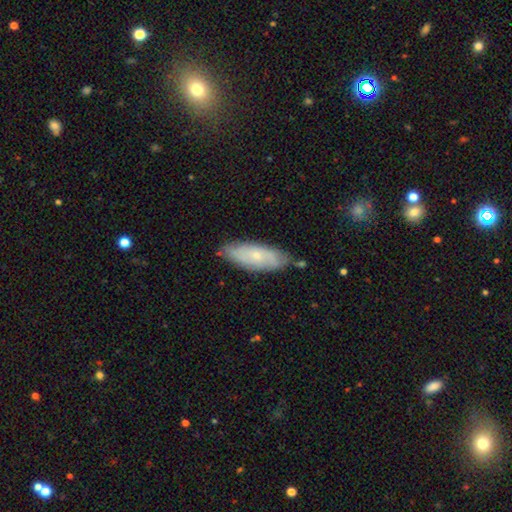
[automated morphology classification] smooth-or-featured: smooth: 52% | featured or disk: 41% | star or artifact: 6%
  how-rounded: in between: 65% | cigar-shaped: 32% | round: 2%
  merging: none: 76% | minor disturbance: 19% | major disturbance: 3% | merger: 2%